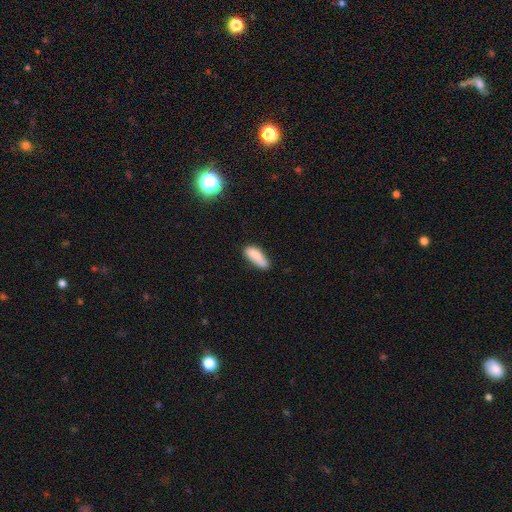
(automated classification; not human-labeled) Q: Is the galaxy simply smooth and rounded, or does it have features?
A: smooth — 84%.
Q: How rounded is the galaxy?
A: in between — 59%.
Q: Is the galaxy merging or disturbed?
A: none — 60%.